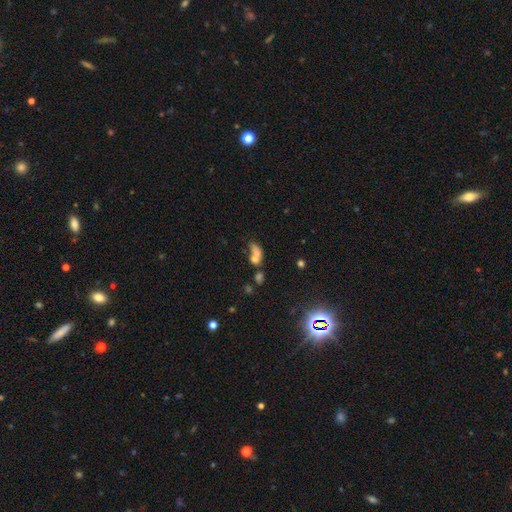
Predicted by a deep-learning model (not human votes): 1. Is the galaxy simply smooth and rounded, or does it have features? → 63% smooth, 22% featured or disk, 15% star or artifact.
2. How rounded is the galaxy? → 74% in between, 18% round, 7% cigar-shaped.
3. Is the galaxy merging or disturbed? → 56% merger, 22% none, 11% major disturbance, 10% minor disturbance.